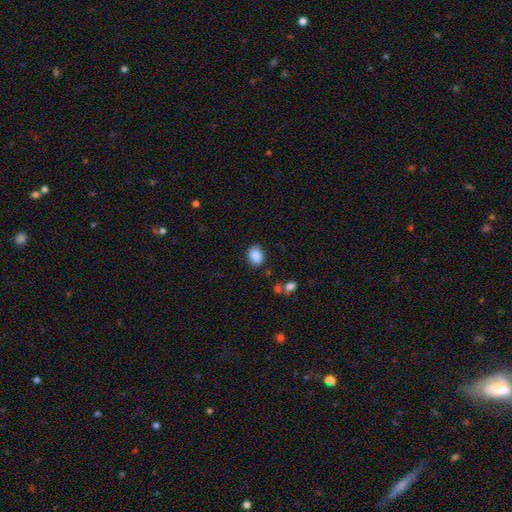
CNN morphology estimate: Q: Smooth or featured?
A: smooth (88%); runner-up: star or artifact (8%)
Q: How rounded?
A: in between (66%); runner-up: round (33%)
Q: Merging?
A: none (82%); runner-up: minor disturbance (13%)